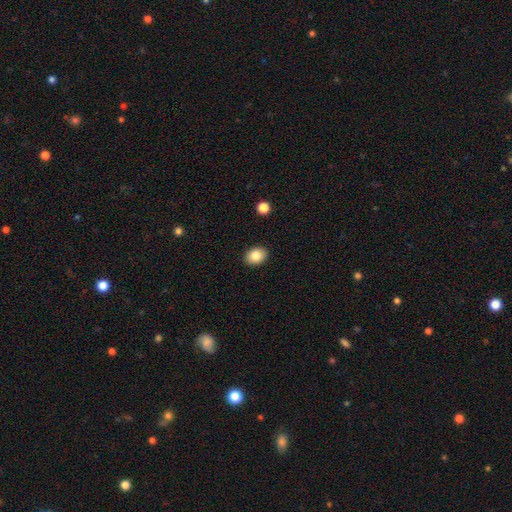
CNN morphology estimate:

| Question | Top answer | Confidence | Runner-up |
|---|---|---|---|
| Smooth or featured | smooth | 84% | star or artifact (9%) |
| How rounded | in between | 61% | round (38%) |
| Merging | none | 90% | minor disturbance (7%) |